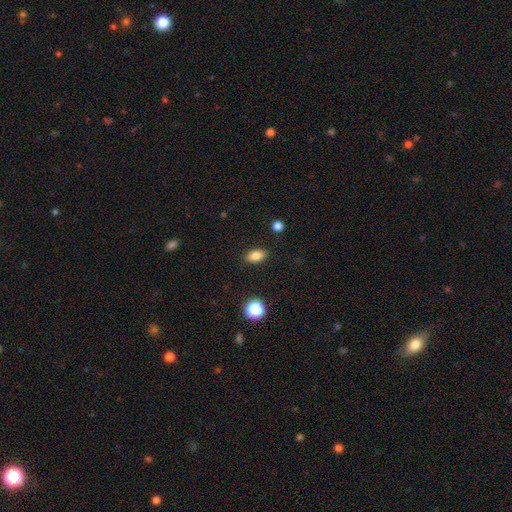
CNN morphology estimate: This appears to be a smooth galaxy with no disk features (85%) that is in between round and cigar-shaped (86%). Merging: none (88%).